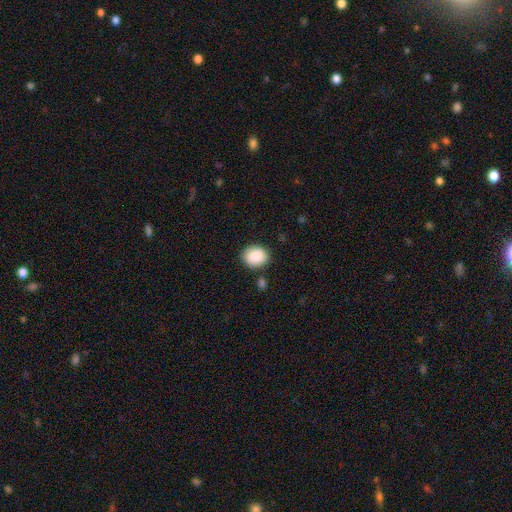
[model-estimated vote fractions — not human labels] A smooth galaxy with no disk features (85%) that is round (64%). Merging: none (83%).